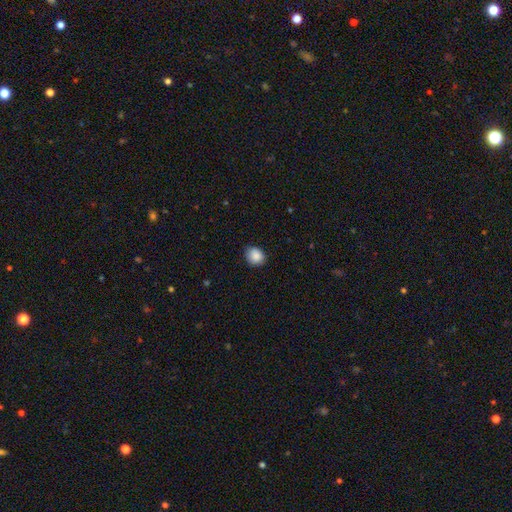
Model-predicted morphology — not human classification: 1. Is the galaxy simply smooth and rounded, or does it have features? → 88% smooth, 8% star or artifact, 3% featured or disk.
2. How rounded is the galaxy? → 67% round, 32% in between, 1% cigar-shaped.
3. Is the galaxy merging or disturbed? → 82% none, 15% minor disturbance, 2% major disturbance, 1% merger.